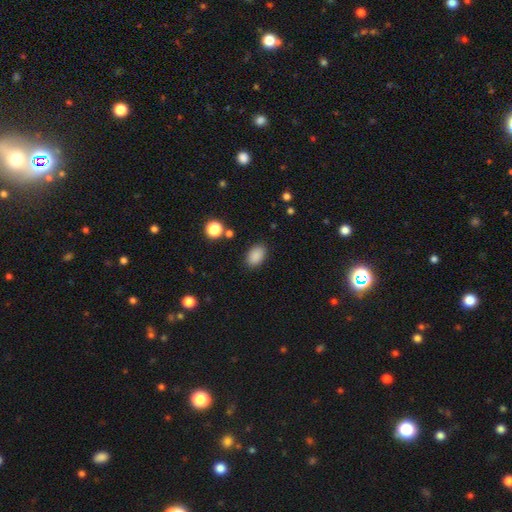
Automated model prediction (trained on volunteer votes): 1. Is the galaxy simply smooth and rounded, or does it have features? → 88% smooth, 9% star or artifact, 3% featured or disk.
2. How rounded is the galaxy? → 87% in between, 12% round, 1% cigar-shaped.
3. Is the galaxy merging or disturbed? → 87% none, 9% minor disturbance, 3% major disturbance, 2% merger.